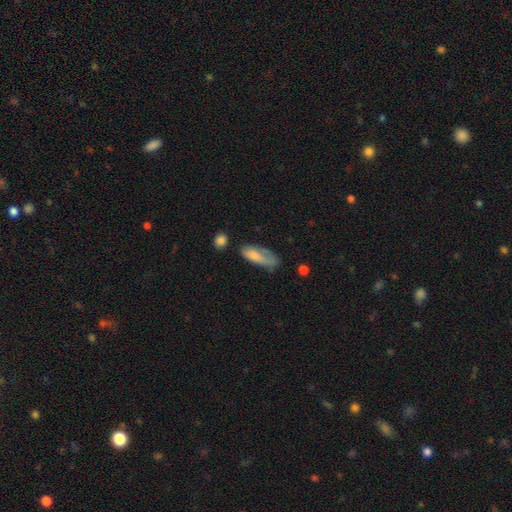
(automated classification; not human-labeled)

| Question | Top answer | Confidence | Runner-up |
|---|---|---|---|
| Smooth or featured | smooth | 73% | featured or disk (20%) |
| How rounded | in between | 62% | cigar-shaped (35%) |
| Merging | none | 38% | minor disturbance (32%) |